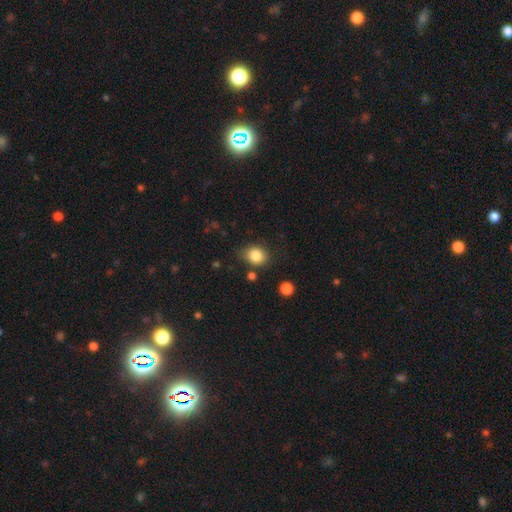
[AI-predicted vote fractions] A smooth galaxy with no disk features (84%) that is round (60%). Merging: none (74%).